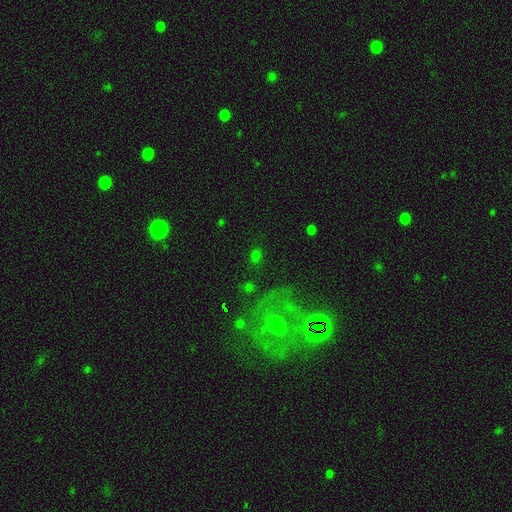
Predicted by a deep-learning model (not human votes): A smooth galaxy with no disk features (56%) that is round (53%). Merging: none (75%).